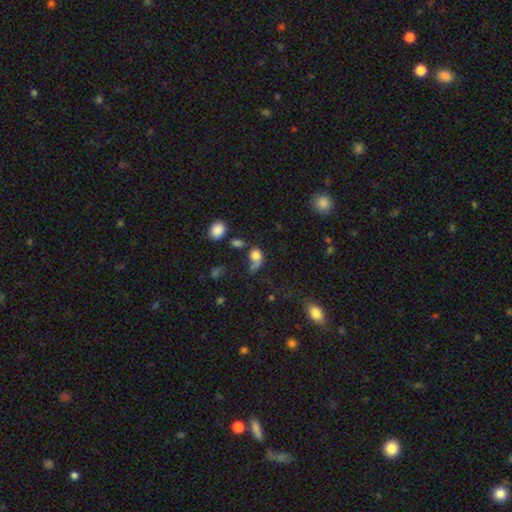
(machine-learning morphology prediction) smooth_or_featured: smooth (p=0.73) [alt: featured or disk p=0.15]
how_rounded: in between (p=0.57) [alt: round p=0.41]
merging: major disturbance (p=0.35) [alt: none p=0.26]